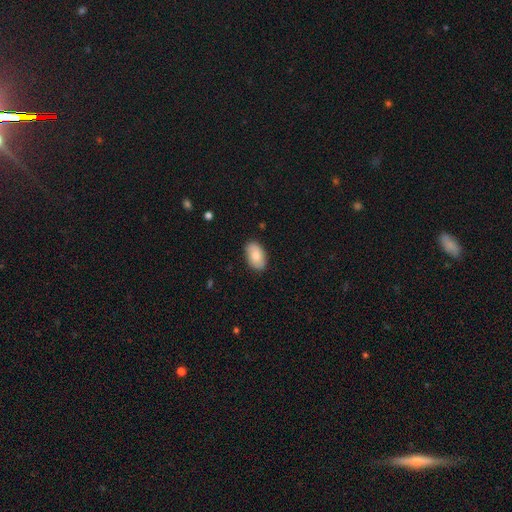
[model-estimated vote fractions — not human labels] Smooth or featured: smooth — 77% (featured or disk — 16%)
How rounded: in between — 92% (round — 7%)
Merging: none — 86% (minor disturbance — 11%)